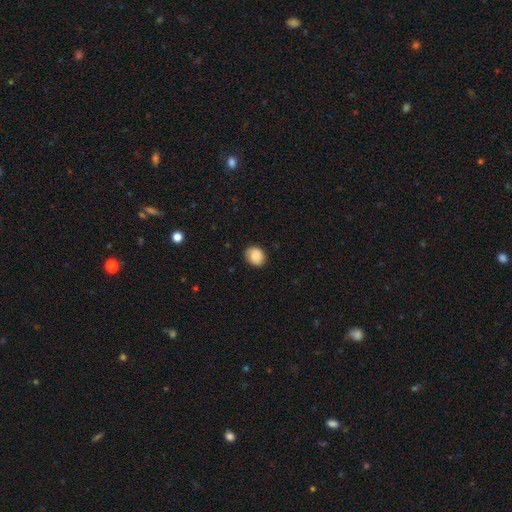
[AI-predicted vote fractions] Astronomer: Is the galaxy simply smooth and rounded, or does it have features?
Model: smooth — 84%.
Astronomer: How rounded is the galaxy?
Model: round — 67%.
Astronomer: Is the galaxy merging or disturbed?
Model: none — 81%.